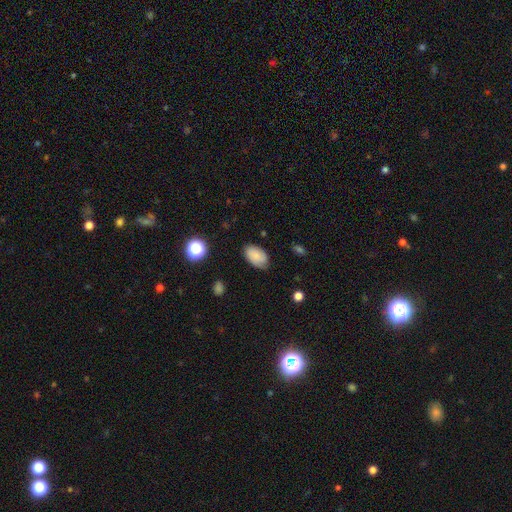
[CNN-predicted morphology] A smooth galaxy with no disk features (80%) that is in between round and cigar-shaped (92%). Merging: none (78%).